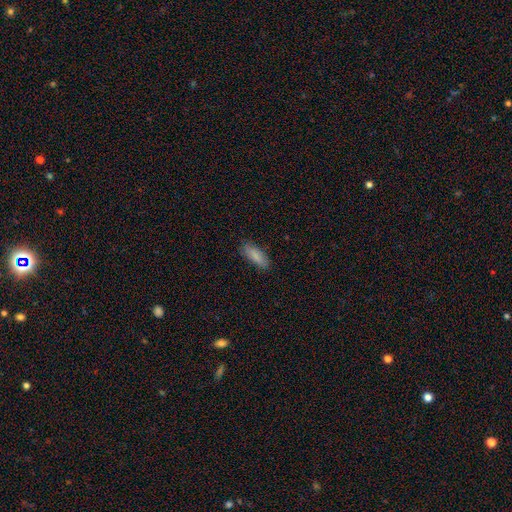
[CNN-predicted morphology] Smooth or featured: smooth — 85% (featured or disk — 8%)
How rounded: in between — 70% (cigar-shaped — 28%)
Merging: none — 82% (minor disturbance — 14%)